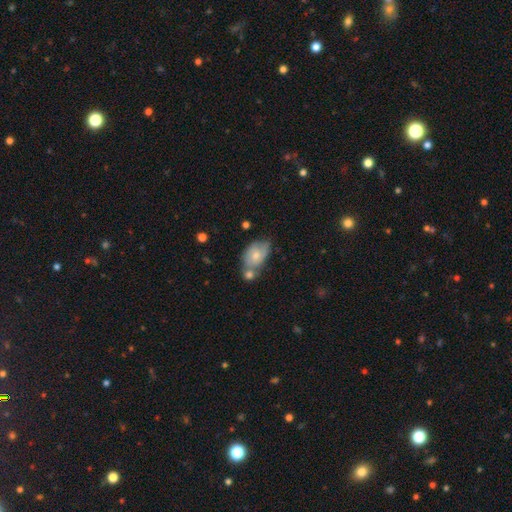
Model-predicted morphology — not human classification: This appears to be a smooth galaxy with no disk features (53%) that is in between round and cigar-shaped (83%). Merging: merger (37%).